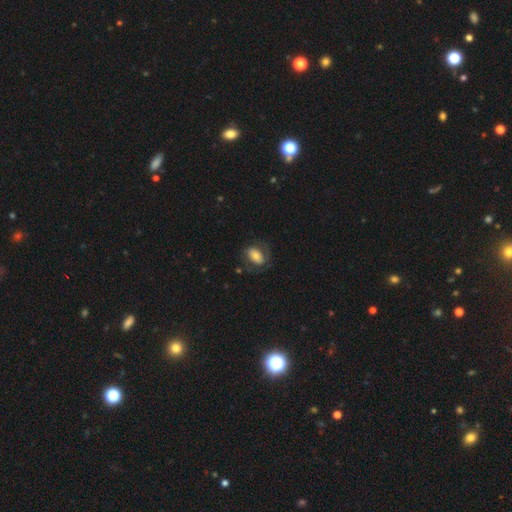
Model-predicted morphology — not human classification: type=smooth (58%); roundness=in between (83%); merging=none (64%).